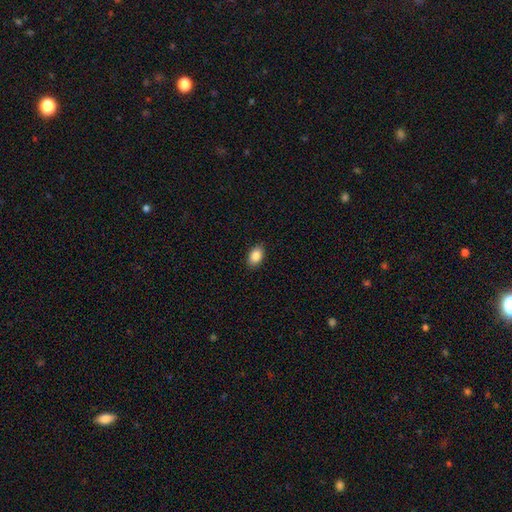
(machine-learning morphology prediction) Smooth or featured? smooth (86%)
How rounded? in between (88%)
Merging? none (88%)